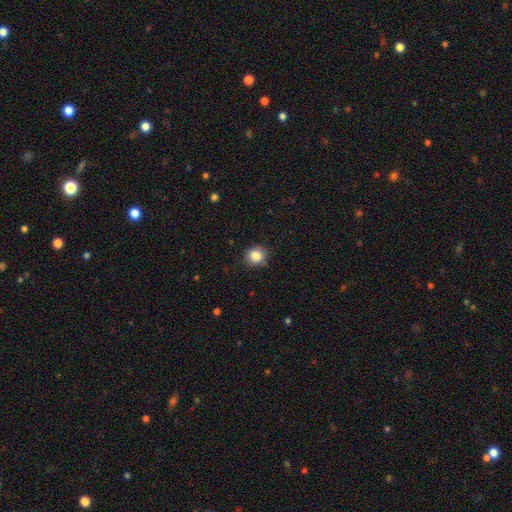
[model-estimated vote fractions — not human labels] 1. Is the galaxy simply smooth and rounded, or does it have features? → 86% smooth, 10% star or artifact, 4% featured or disk.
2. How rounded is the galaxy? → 86% round, 13% in between, 1% cigar-shaped.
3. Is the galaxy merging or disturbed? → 84% none, 12% minor disturbance, 3% major disturbance, 1% merger.